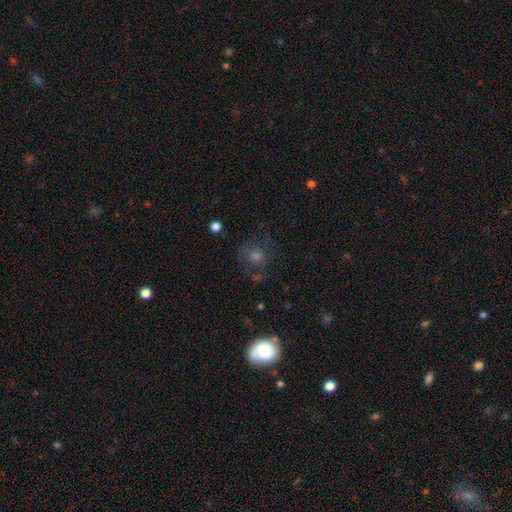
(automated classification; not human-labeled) Overall: smooth (47%; featured or disk 27%). Merging: none (67%).